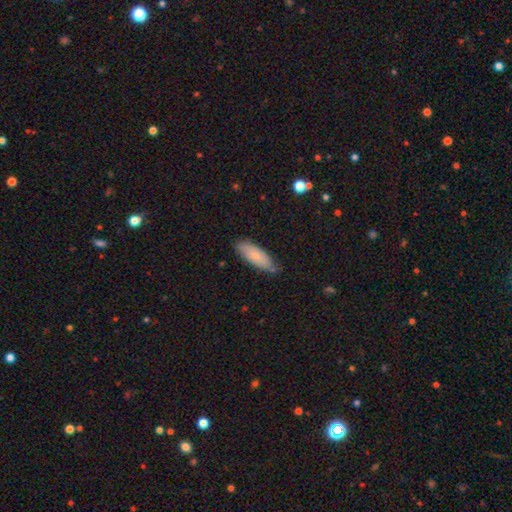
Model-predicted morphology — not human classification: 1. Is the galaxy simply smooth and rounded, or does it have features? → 78% smooth, 16% featured or disk, 6% star or artifact.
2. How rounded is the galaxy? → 68% in between, 30% cigar-shaped, 2% round.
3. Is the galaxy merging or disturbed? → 75% none, 20% minor disturbance, 3% major disturbance, 3% merger.